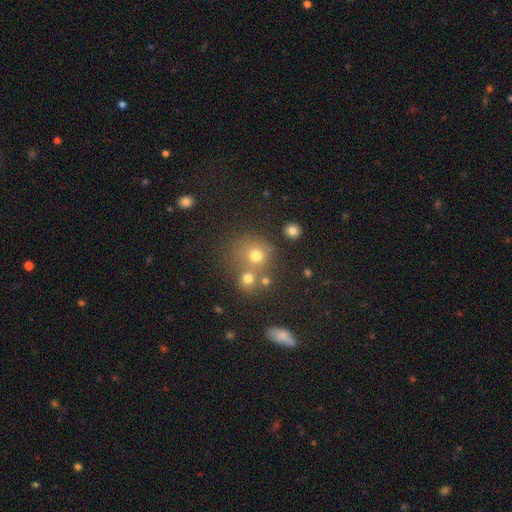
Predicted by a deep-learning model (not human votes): A smooth galaxy with no disk features (69%) that is round (83%).

Vote fractions:
- Smooth or featured? smooth: 69% / star or artifact: 19% / featured or disk: 12%
- How rounded? round: 83% / in between: 16% / cigar-shaped: 1%
- Merging? none: 55% / merger: 31% / minor disturbance: 10% / major disturbance: 5%